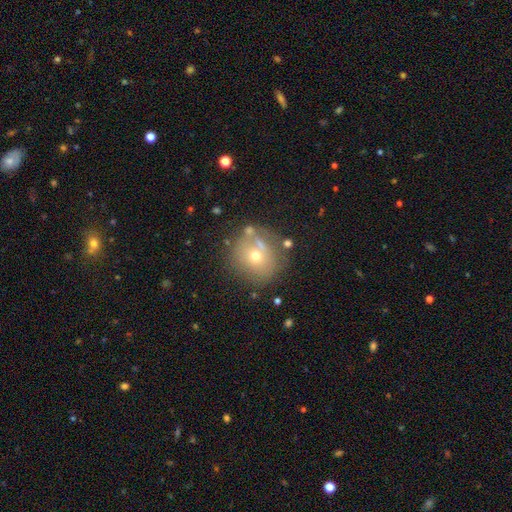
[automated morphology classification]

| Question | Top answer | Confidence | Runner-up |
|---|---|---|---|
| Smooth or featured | smooth | 59% | featured or disk (26%) |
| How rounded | round | 88% | in between (11%) |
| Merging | none | 65% | minor disturbance (17%) |